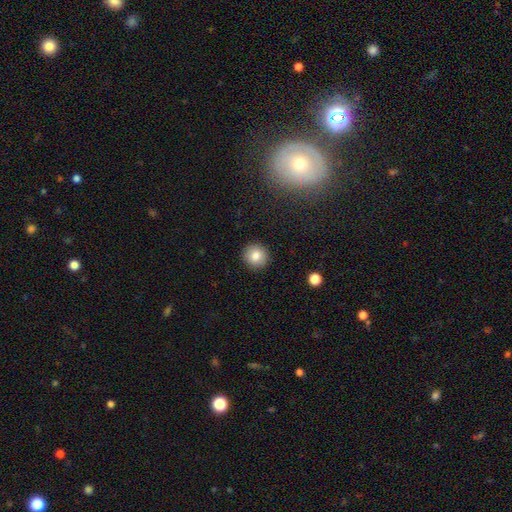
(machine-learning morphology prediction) smooth-or-featured: smooth: 82% | star or artifact: 10% | featured or disk: 8%
  how-rounded: round: 94% | in between: 5% | cigar-shaped: 1%
  merging: none: 92% | minor disturbance: 5% | major disturbance: 2% | merger: 1%